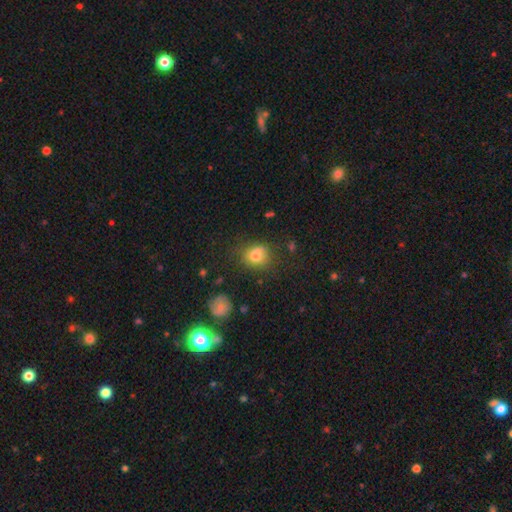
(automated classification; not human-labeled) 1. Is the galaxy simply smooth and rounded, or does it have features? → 77% smooth, 13% star or artifact, 10% featured or disk.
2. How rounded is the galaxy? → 66% round, 33% in between, 1% cigar-shaped.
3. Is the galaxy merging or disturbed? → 66% none, 22% minor disturbance, 8% major disturbance, 4% merger.